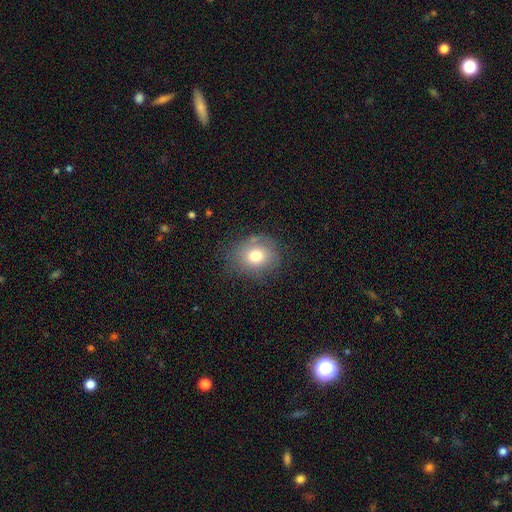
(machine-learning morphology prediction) Smooth or featured: smooth — 73% (featured or disk — 15%)
How rounded: round — 65% (in between — 34%)
Merging: none — 70% (minor disturbance — 20%)